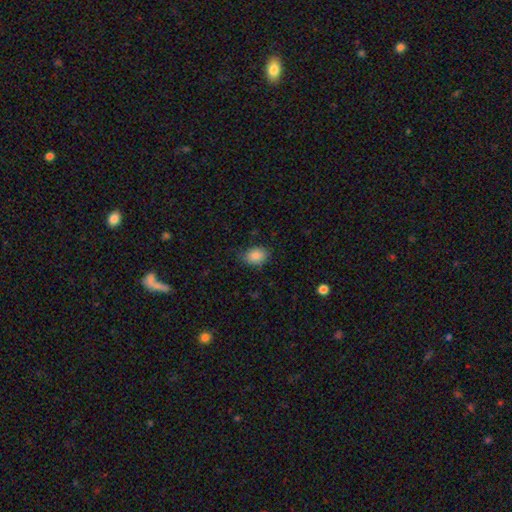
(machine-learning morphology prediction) A smooth galaxy with no disk features (87%) that is in between round and cigar-shaped (71%).

Vote fractions:
- Smooth or featured? smooth: 87% / star or artifact: 8% / featured or disk: 5%
- How rounded? in between: 71% / round: 28% / cigar-shaped: 1%
- Merging? none: 76% / minor disturbance: 19% / major disturbance: 4% / merger: 1%